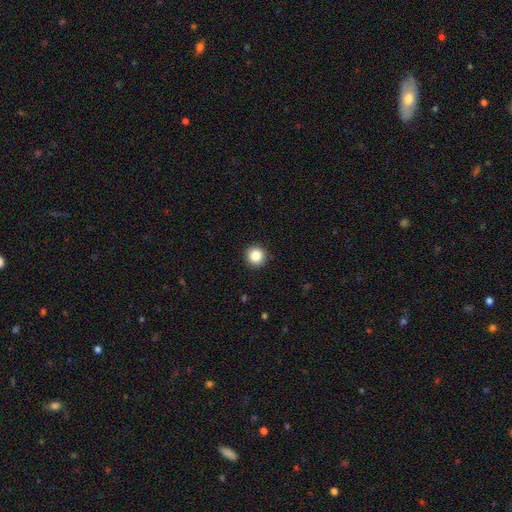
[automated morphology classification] A smooth galaxy with no disk features (86%) that is round (95%). Merging: none (93%).